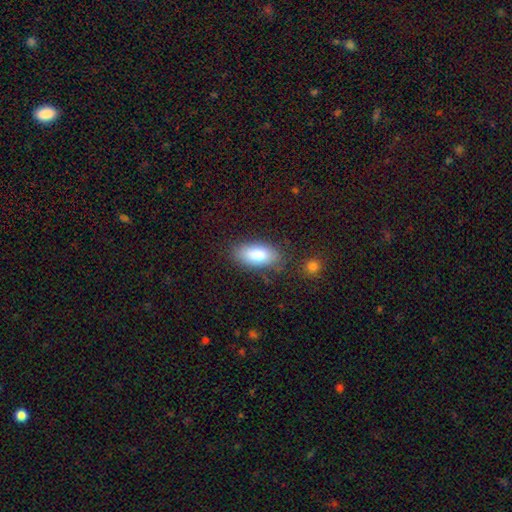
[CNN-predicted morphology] A smooth galaxy with no disk features (85%) that is in between round and cigar-shaped (91%).

Vote fractions:
- Smooth or featured? smooth: 85% / featured or disk: 8% / star or artifact: 7%
- How rounded? in between: 91% / cigar-shaped: 6% / round: 3%
- Merging? none: 77% / minor disturbance: 15% / major disturbance: 4% / merger: 3%